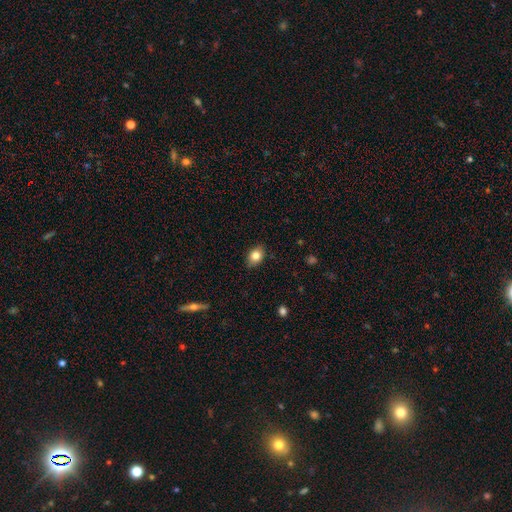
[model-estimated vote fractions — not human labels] A smooth galaxy with no disk features (82%) that is in between round and cigar-shaped (73%). Merging: none (85%).